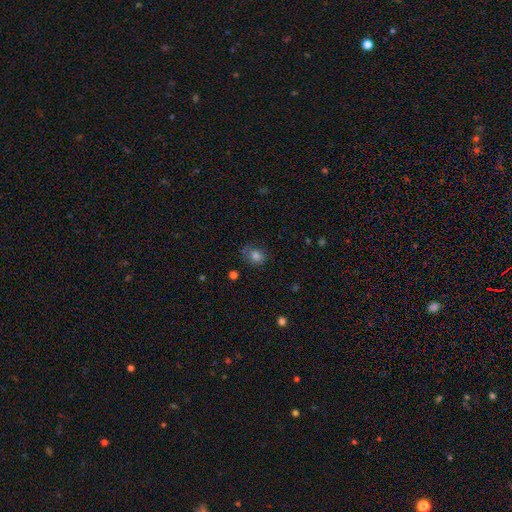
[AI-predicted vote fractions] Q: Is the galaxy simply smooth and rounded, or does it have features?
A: smooth — 80%.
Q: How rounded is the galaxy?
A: round — 62%.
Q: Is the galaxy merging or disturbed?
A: none — 68%.